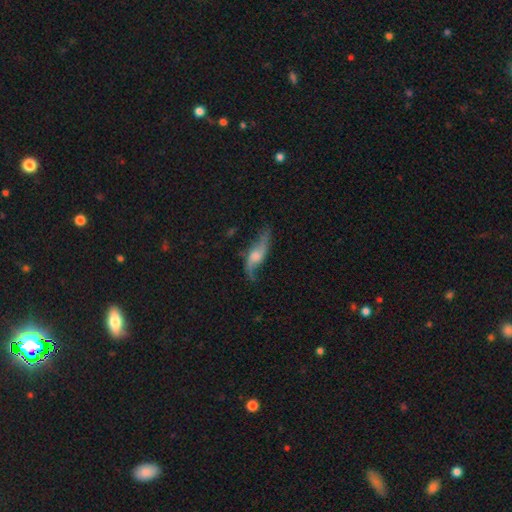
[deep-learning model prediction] smooth_or_featured: featured or disk (p=0.77) [alt: smooth p=0.16]
disk_edge_on: no (p=0.80) [alt: yes p=0.20]
bar: no (p=0.60) [alt: weak p=0.32]
has_spiral_arms: yes (p=0.93) [alt: no p=0.07]
spiral_winding: loose (p=0.87) [alt: medium p=0.10]
spiral_arm_count: 2 (p=0.91) [alt: 1 p=0.03]
bulge_size: moderate (p=0.41) [alt: small p=0.24]
merging: none (p=0.65) [alt: minor disturbance p=0.21]